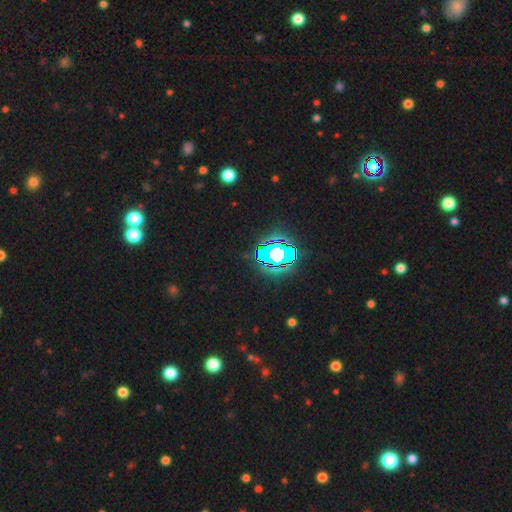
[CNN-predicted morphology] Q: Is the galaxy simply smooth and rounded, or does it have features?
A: star or artifact — 81%.